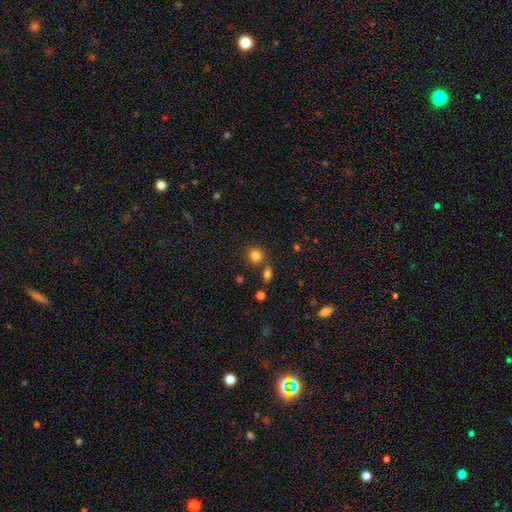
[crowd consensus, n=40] Q: Smooth or featured?
A: smooth (85%); runner-up: star or artifact (12%)
Q: How rounded?
A: round (85%); runner-up: in between (15%)
Q: Merging?
A: none (74%); runner-up: merger (14%)